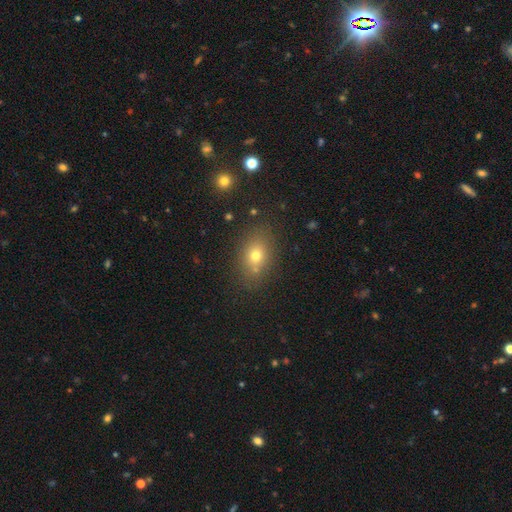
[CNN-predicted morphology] This is likely a smooth galaxy (69%). How rounded: likely in between (64%). Merging: likely none (76%).